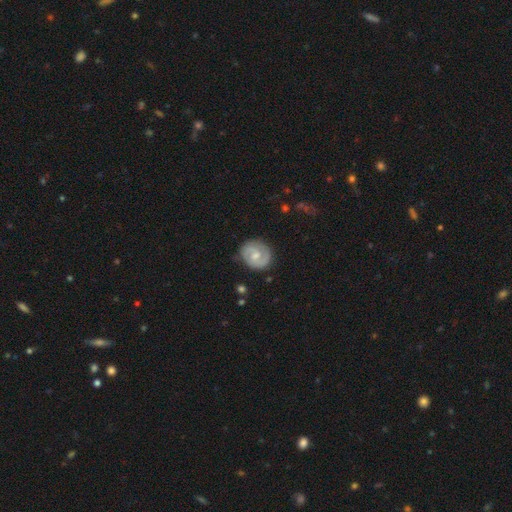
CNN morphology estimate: The model was most divided on "spiral winding": tight: 46%, medium: 42%, loose: 12%. More confident: edge-on disk — no (98%); spiral arms — yes (92%); spiral arm count — 2 (83%); merging — none (80%); smooth or featured — featured or disk (71%); bulge size — moderate (53%); bar — weak (50%).